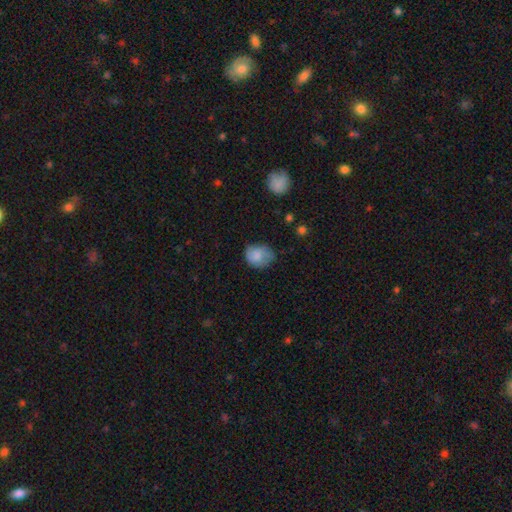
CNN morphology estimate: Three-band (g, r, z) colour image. It shows a smooth galaxy with no disk features (79%) that is round (56%). Merging: none (55%).